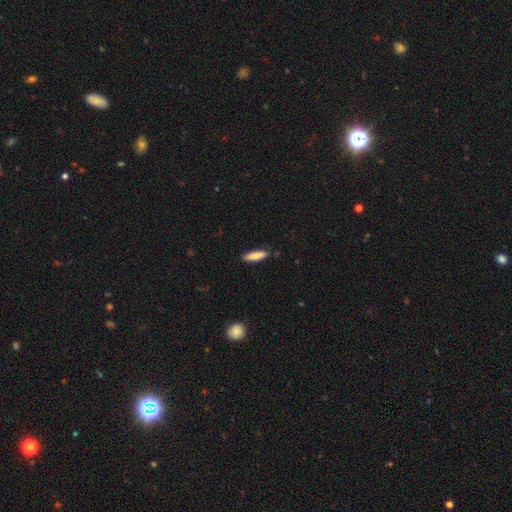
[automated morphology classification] Smooth or featured: smooth — 86% (featured or disk — 8%)
How rounded: cigar-shaped — 65% (in between — 34%)
Merging: none — 85% (minor disturbance — 12%)